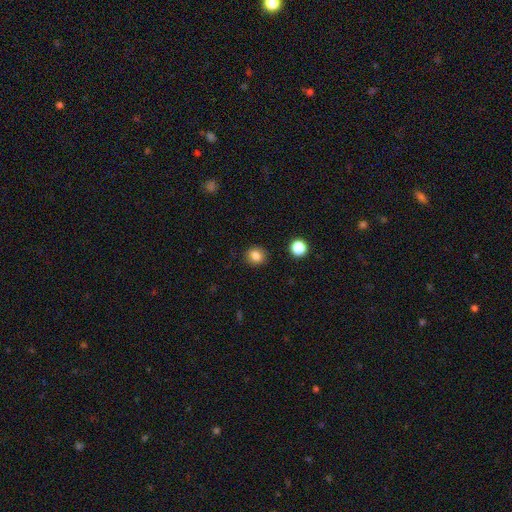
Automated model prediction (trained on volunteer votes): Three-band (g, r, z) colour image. It shows a smooth galaxy with no disk features (83%) that is round (82%). Merging: none (90%).